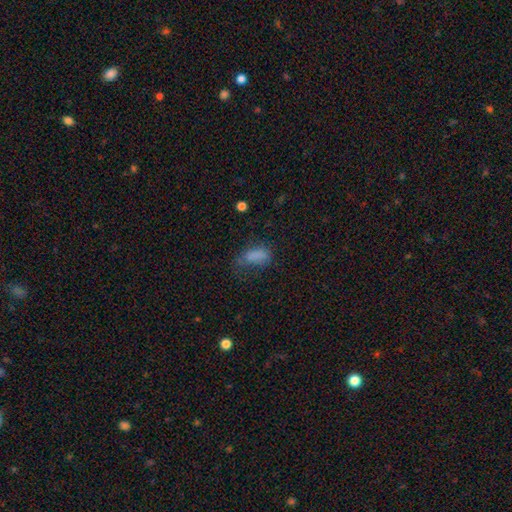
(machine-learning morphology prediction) Smooth or featured: smooth — 74% (star or artifact — 14%)
How rounded: in between — 83% (cigar-shaped — 11%)
Merging: none — 36% (major disturbance — 32%)